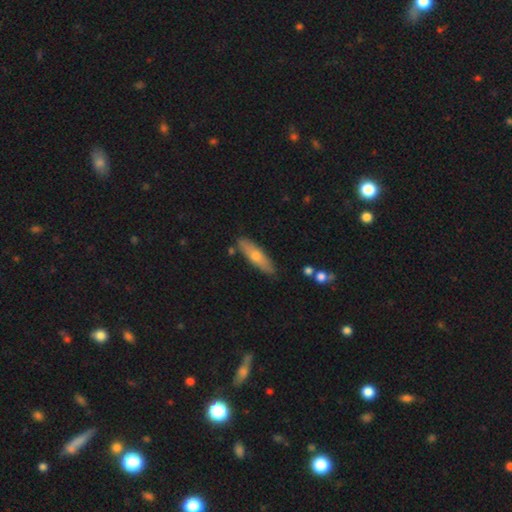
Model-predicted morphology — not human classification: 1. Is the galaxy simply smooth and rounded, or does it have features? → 57% smooth, 37% featured or disk, 6% star or artifact.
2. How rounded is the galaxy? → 68% cigar-shaped, 30% in between, 2% round.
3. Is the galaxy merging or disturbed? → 86% none, 10% minor disturbance, 3% merger, 2% major disturbance.